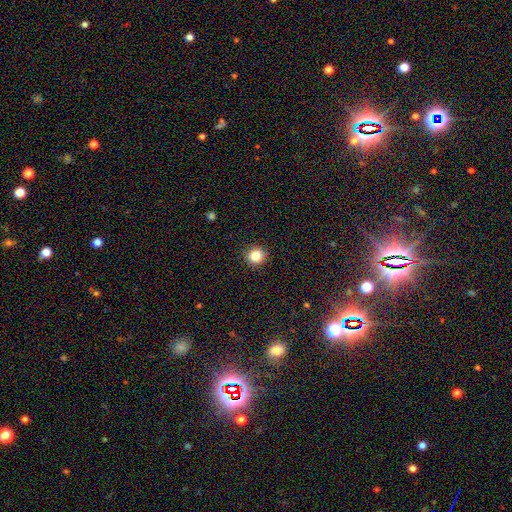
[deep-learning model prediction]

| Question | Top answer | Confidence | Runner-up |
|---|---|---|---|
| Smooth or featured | smooth | 84% | star or artifact (11%) |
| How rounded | round | 92% | in between (7%) |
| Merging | none | 92% | minor disturbance (5%) |